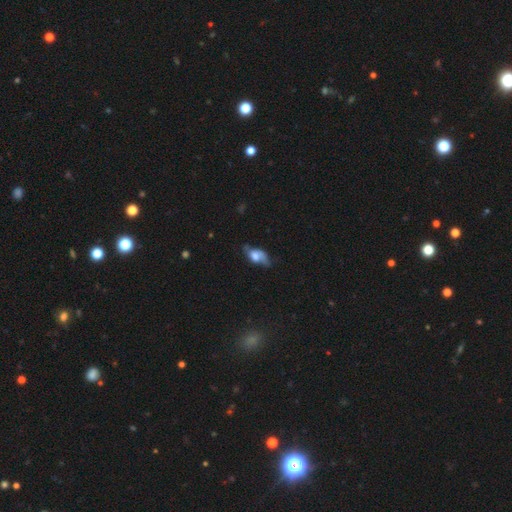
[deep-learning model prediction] This appears to be a smooth galaxy with no disk features (49%). Merging: none (39%).